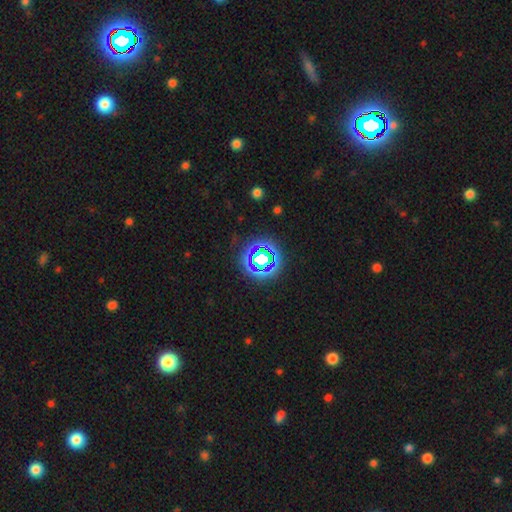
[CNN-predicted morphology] The model was most divided on "smooth or featured": star or artifact: 68%, smooth: 20%, featured or disk: 13%.